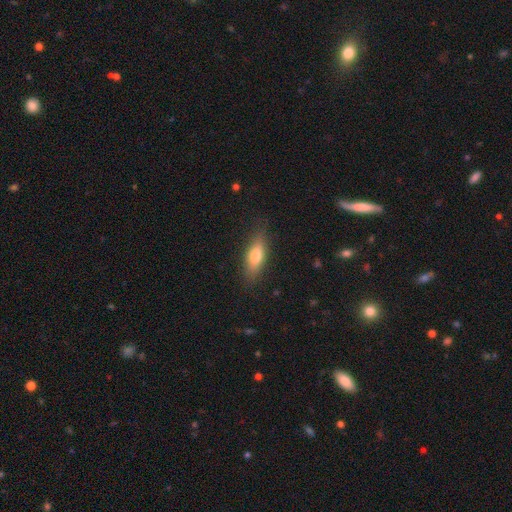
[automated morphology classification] This is likely a smooth galaxy (71%). How rounded: likely in between (66%). Merging: clearly none (82%).